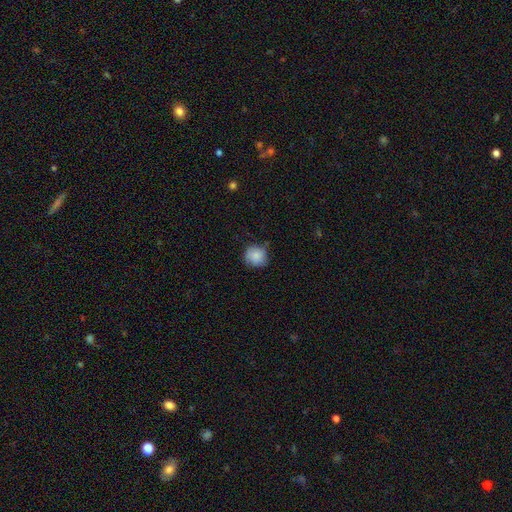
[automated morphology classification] Smooth or featured?
  - smooth: 83% *
  - featured or disk: 9%
  - star or artifact: 8%
How rounded?
  - round: 87% *
  - in between: 12%
  - cigar-shaped: 1%
Merging?
  - none: 71% *
  - minor disturbance: 23%
  - major disturbance: 4%
  - merger: 2%